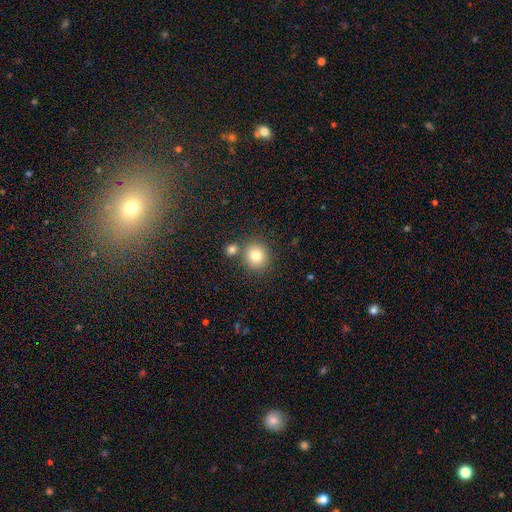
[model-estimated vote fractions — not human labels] This appears to be a smooth galaxy with no disk features (81%) that is round (88%). Merging: none (73%).